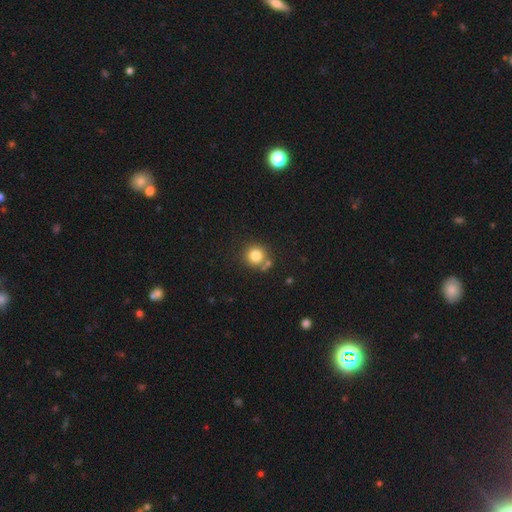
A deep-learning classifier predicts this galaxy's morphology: smooth 81%, star or artifact 12%, featured or disk 7%. Down the decision tree: how rounded — round (92%); merging — none (71%).